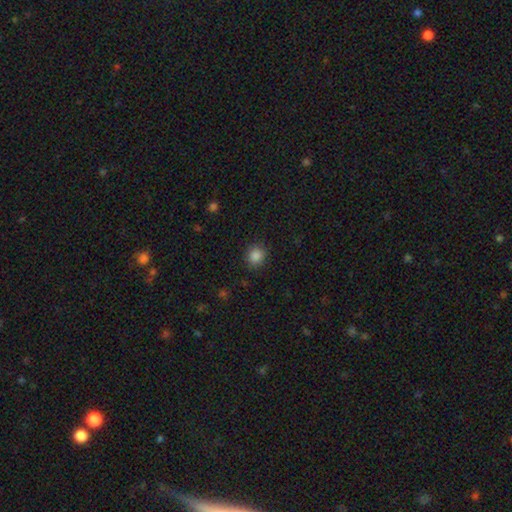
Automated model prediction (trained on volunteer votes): A smooth galaxy with no disk features (86%) that is round (82%). Merging: none (87%).